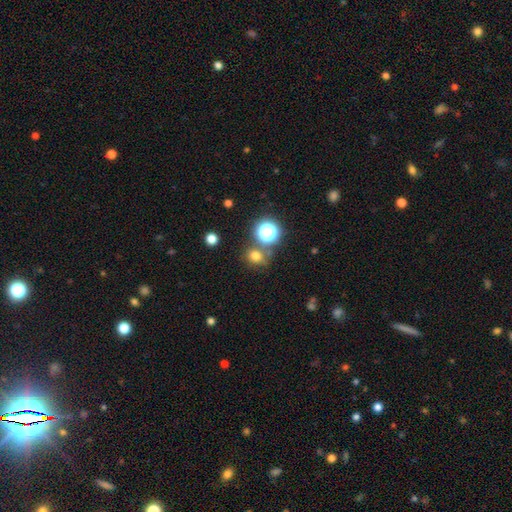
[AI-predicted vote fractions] smooth_or_featured: smooth (p=0.70) [alt: star or artifact p=0.22]
how_rounded: round (p=0.76) [alt: in between p=0.22]
merging: none (p=0.70) [alt: merger p=0.14]